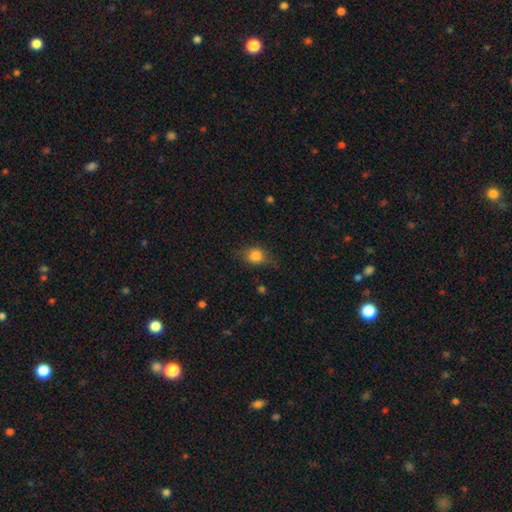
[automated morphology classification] Overall: smooth (81%). How rounded: round (56%; in between 42%). Merging: none (69%).